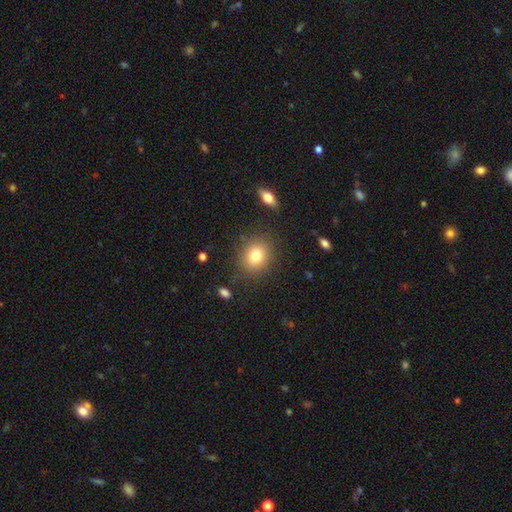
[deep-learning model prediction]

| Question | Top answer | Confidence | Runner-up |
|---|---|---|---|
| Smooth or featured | smooth | 80% | star or artifact (11%) |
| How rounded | round | 60% | in between (39%) |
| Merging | none | 85% | minor disturbance (10%) |